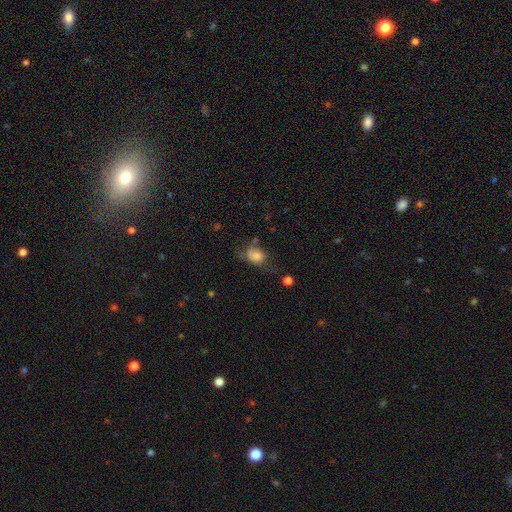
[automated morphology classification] Smooth or featured: smooth — 78% (featured or disk — 12%)
How rounded: in between — 70% (round — 28%)
Merging: none — 49% (minor disturbance — 30%)